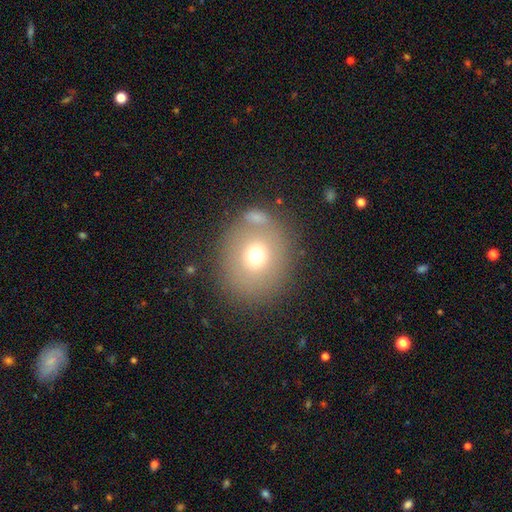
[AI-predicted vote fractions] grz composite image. It shows a smooth galaxy with no disk features (68%) that is round (79%). Merging: none (70%).